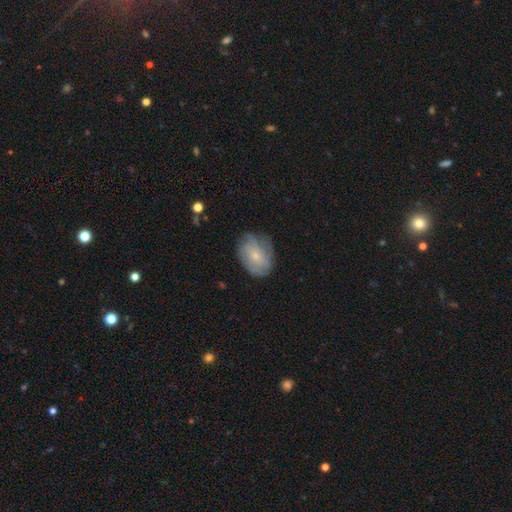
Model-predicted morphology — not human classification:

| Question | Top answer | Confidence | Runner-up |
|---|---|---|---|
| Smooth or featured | featured or disk | 55% | smooth (37%) |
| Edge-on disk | no | 96% | yes (4%) |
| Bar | no | 76% | weak (21%) |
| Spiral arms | yes | 80% | no (20%) |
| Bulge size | small | 70% | moderate (24%) |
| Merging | none | 68% | minor disturbance (22%) |